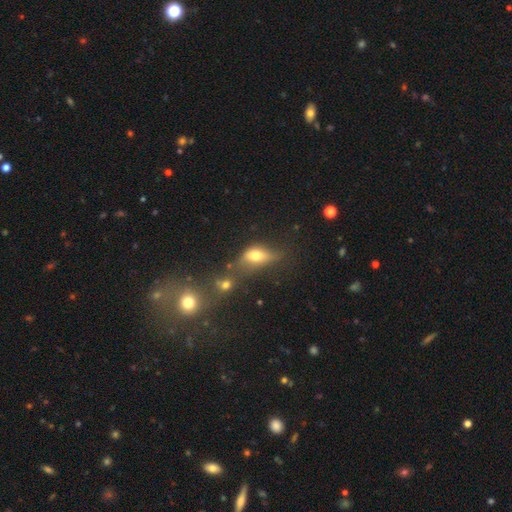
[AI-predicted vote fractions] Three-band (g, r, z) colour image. It shows a smooth galaxy with no disk features (63%) that is in between round and cigar-shaped (76%). Merging: none (31%).